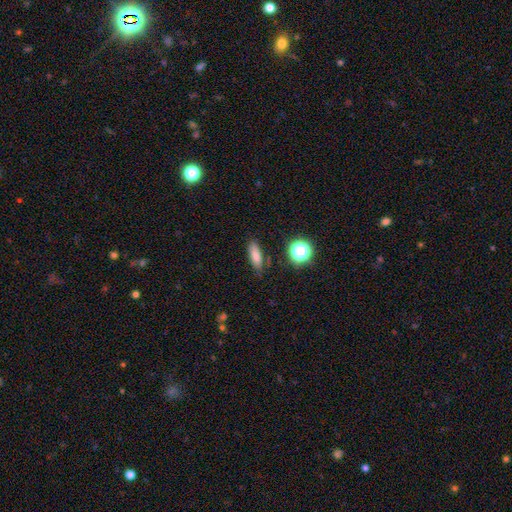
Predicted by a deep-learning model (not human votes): Smooth or featured: smooth — 79% (star or artifact — 12%)
How rounded: in between — 56% (cigar-shaped — 37%)
Merging: none — 81% (minor disturbance — 13%)